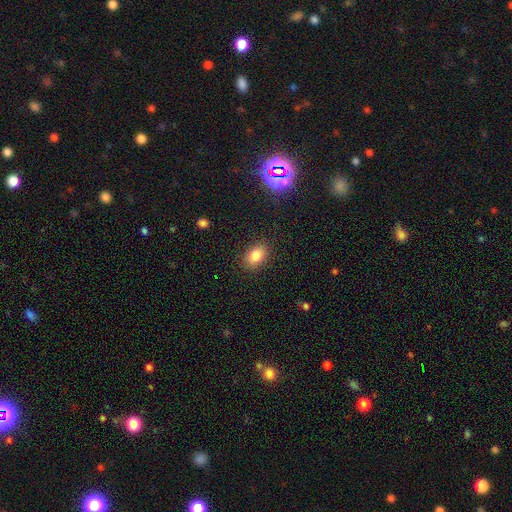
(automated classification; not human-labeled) smooth_or_featured: smooth (p=0.82) [alt: star or artifact p=0.10]
how_rounded: in between (p=0.79) [alt: round p=0.20]
merging: none (p=0.87) [alt: minor disturbance p=0.09]